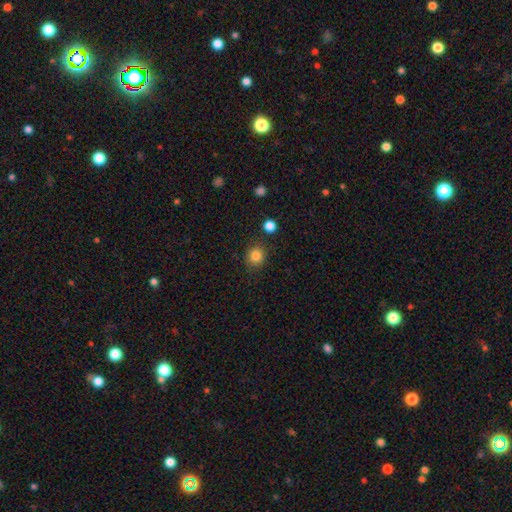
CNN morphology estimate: A smooth galaxy with no disk features (84%) that is round (88%). Merging: none (87%).